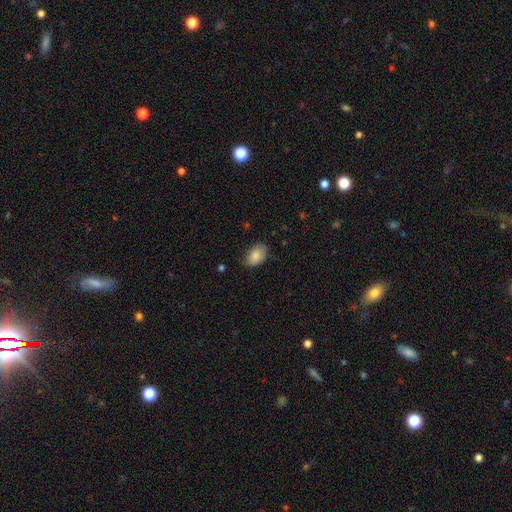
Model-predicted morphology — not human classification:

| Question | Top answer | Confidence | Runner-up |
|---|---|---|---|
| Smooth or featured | smooth | 86% | featured or disk (7%) |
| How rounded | in between | 88% | round (11%) |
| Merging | none | 75% | minor disturbance (21%) |